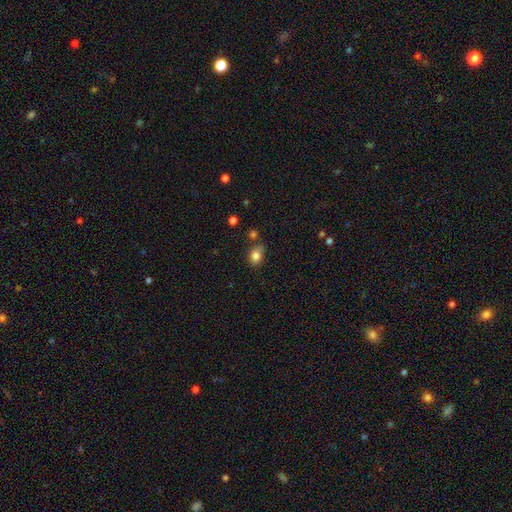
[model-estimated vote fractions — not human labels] This appears to be a smooth galaxy with no disk features (83%) that is in between round and cigar-shaped (58%). Merging: none (65%).